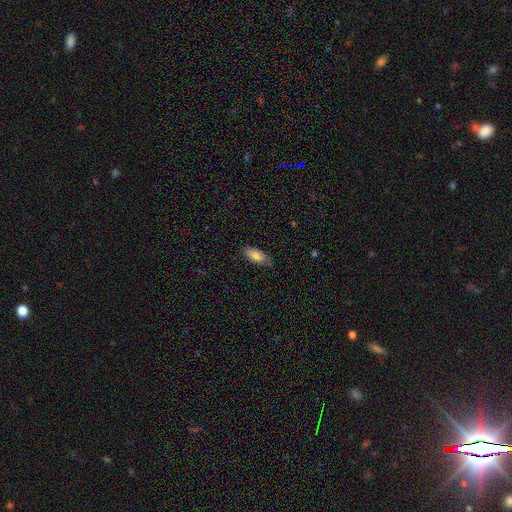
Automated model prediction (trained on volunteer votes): Smooth or featured: smooth — 83% (featured or disk — 11%)
How rounded: in between — 79% (cigar-shaped — 19%)
Merging: none — 77% (minor disturbance — 18%)